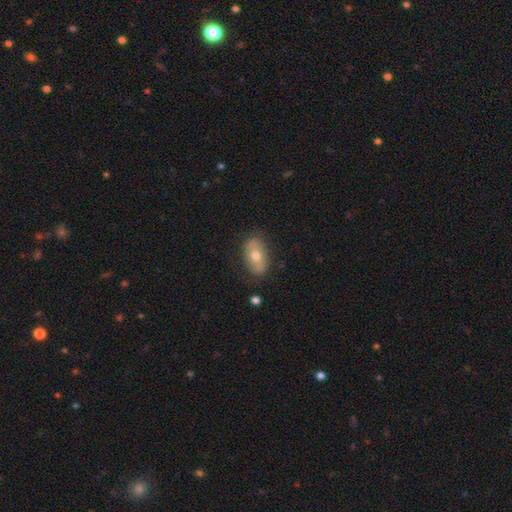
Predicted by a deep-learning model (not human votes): smooth-or-featured: smooth: 59% | featured or disk: 34% | star or artifact: 7%
  how-rounded: in between: 89% | round: 9% | cigar-shaped: 2%
  merging: none: 79% | minor disturbance: 15% | major disturbance: 4% | merger: 2%